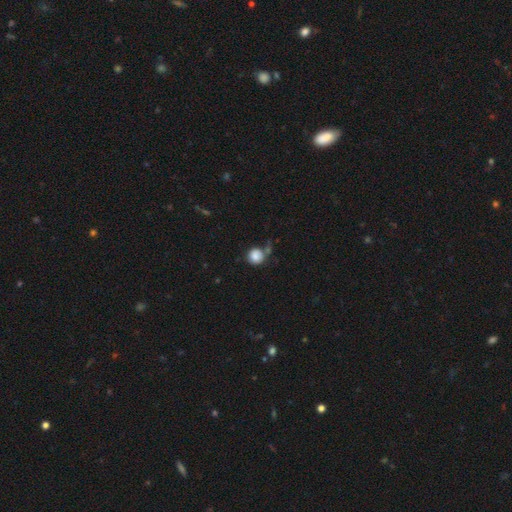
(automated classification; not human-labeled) Morphology: type=smooth (85%); roundness=round (92%); merging=none (58%).